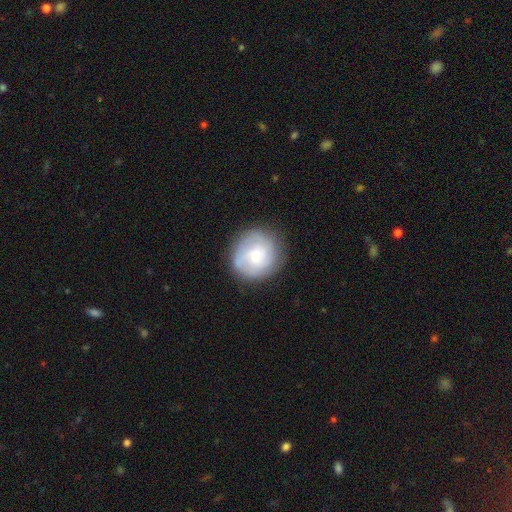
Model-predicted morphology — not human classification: A featured or disk galaxy (51%) with no bar (70%), spiral arms (82%) and a small central bulge (52%). Merging: none (80%).